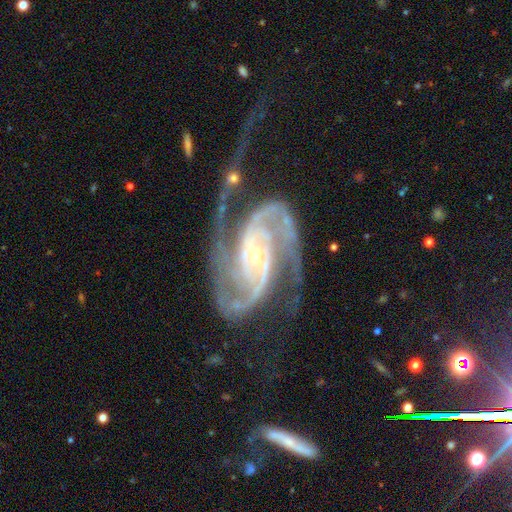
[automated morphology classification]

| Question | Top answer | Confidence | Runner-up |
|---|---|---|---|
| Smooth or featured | featured or disk | 94% | star or artifact (4%) |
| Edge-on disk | no | 98% | yes (2%) |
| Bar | no | 43% | weak (32%) |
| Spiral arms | yes | 99% | no (1%) |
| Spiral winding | medium | 49% | tight (38%) |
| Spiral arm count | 2 | 77% | 3 (9%) |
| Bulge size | small | 66% | moderate (31%) |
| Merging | none | 54% | major disturbance (23%) |